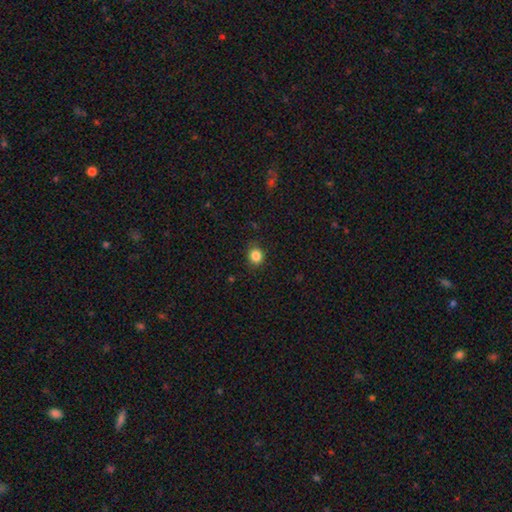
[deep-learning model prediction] This appears to be a smooth galaxy with no disk features (85%) that is round (79%). Merging: none (87%).